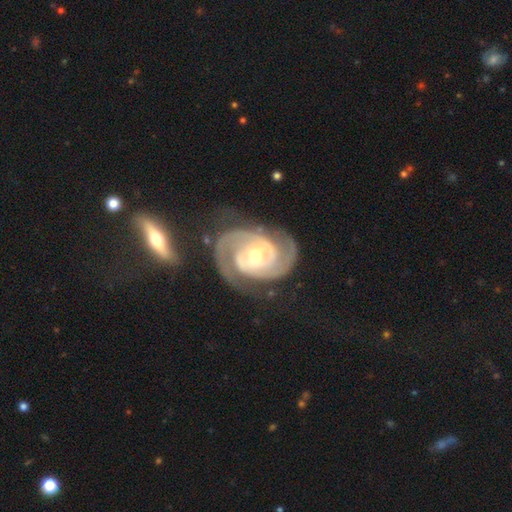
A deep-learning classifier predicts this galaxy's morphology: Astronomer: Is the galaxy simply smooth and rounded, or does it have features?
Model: featured or disk — 92%.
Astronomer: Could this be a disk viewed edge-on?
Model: no — 98%.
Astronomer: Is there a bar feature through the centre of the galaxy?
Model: no — 49% (runner-up: weak, 35%).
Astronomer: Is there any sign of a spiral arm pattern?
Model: yes — 98%.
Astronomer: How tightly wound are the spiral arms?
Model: tight — 62%.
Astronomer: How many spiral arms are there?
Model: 2 — 84%.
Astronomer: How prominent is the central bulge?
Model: moderate — 53% (runner-up: small, 43%).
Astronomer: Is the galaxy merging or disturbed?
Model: none — 70%.